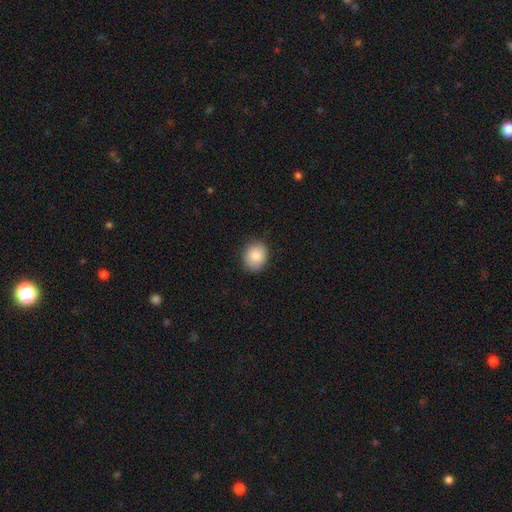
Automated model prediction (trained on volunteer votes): This appears to be a smooth galaxy with no disk features (87%) that is round (64%). Merging: none (87%).